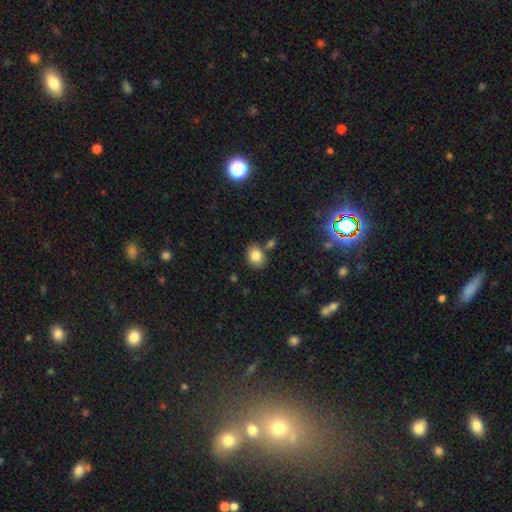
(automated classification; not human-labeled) Smooth or featured: smooth — 82% (star or artifact — 10%)
How rounded: in between — 63% (round — 36%)
Merging: none — 72% (minor disturbance — 13%)